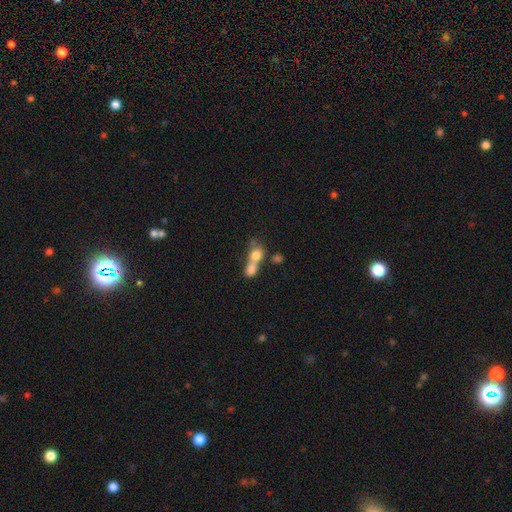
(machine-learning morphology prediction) This is likely a smooth galaxy (73%). How rounded: possibly round (55%). Merging: likely merger (71%).